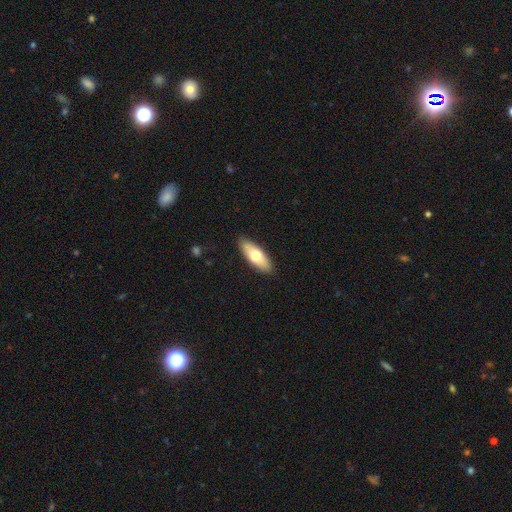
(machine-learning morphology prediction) Smooth or featured? Predicted: smooth (p=0.68). How rounded? Predicted: in between (p=0.68). Merging? Predicted: none (p=0.88).